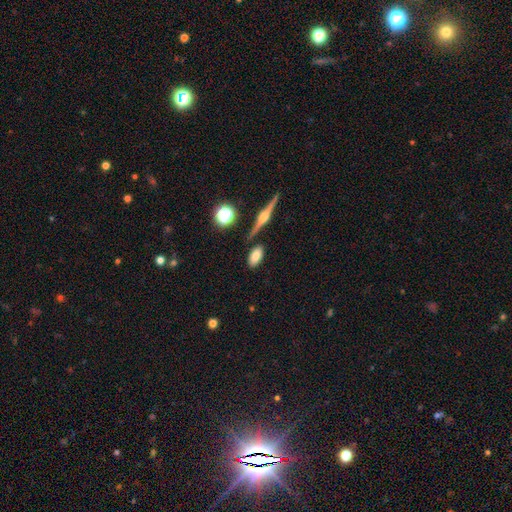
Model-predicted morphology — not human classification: A smooth galaxy with no disk features (74%) that is in between round and cigar-shaped (89%). Merging: none (79%).